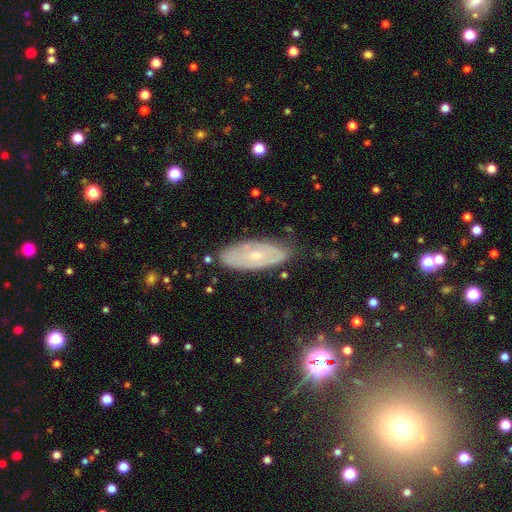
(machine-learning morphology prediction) smooth_or_featured: featured or disk (p=0.53) [alt: smooth p=0.36]
disk_edge_on: no (p=0.82) [alt: yes p=0.18]
merging: none (p=0.78) [alt: minor disturbance p=0.17]